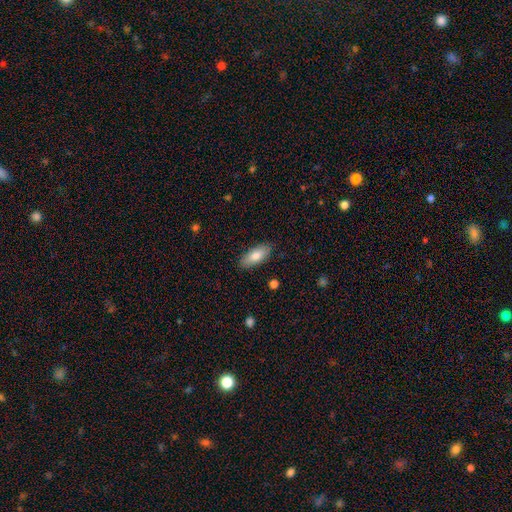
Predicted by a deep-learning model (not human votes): Smooth or featured? Predicted: smooth (p=0.81). How rounded? Predicted: in between (p=0.83). Merging? Predicted: none (p=0.87).